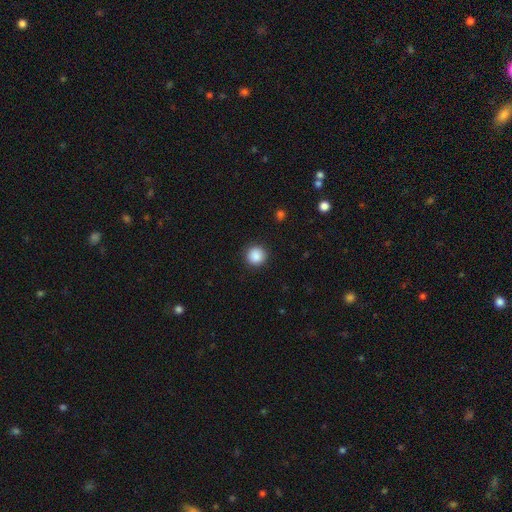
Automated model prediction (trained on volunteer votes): Overall: smooth (88%). How rounded: round (94%). Merging: none (91%).